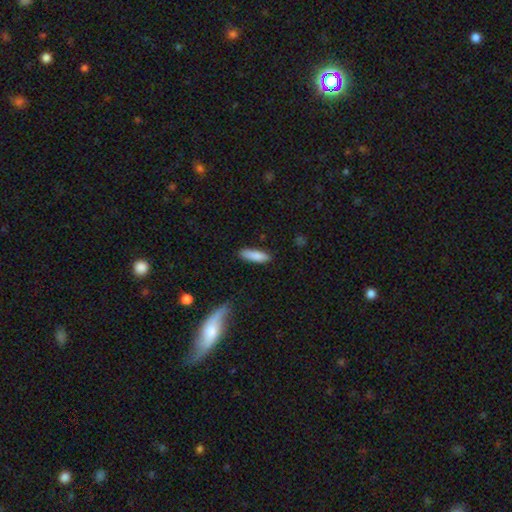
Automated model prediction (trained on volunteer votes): smooth 87%, featured or disk 7%, star or artifact 6%. Down the decision tree: how rounded — cigar-shaped (54%); merging — none (85%).